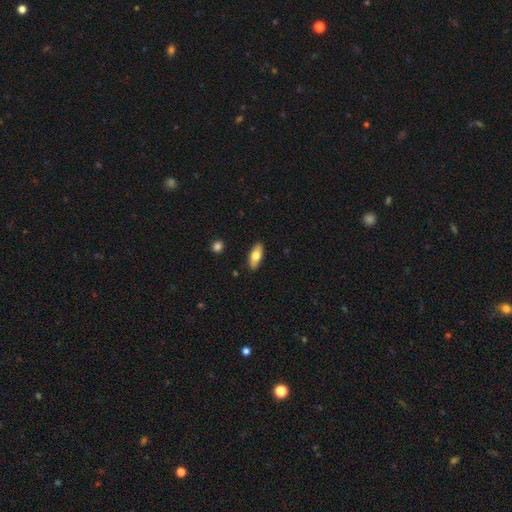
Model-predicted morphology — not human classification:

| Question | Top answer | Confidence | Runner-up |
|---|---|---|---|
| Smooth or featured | smooth | 69% | featured or disk (26%) |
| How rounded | in between | 75% | cigar-shaped (23%) |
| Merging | none | 89% | minor disturbance (8%) |